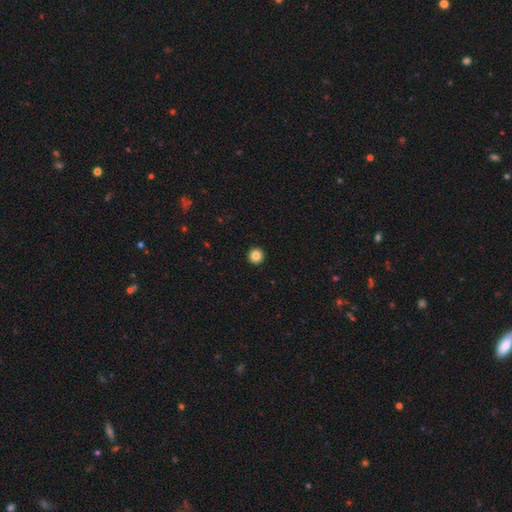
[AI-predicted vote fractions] This is clearly a smooth galaxy (85%). How rounded: clearly round (96%). Merging: clearly none (94%).